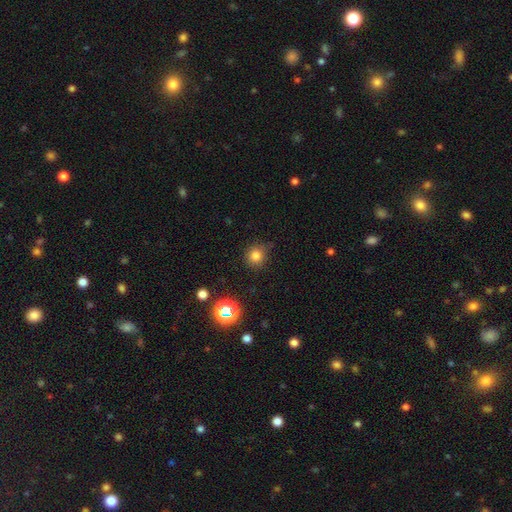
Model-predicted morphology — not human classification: Smooth or featured: smooth — 79% (star or artifact — 15%)
How rounded: round — 90% (in between — 9%)
Merging: none — 82% (minor disturbance — 13%)